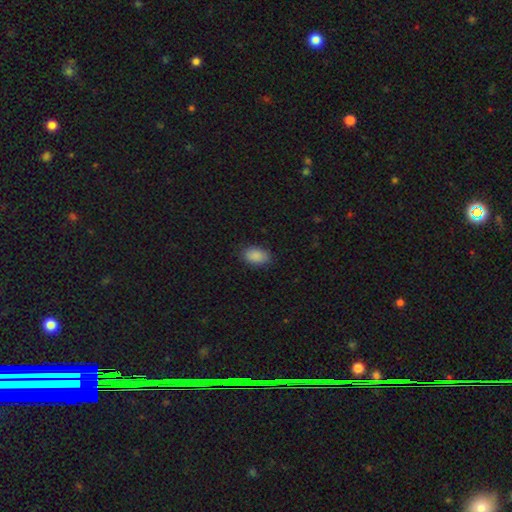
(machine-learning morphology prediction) Overall: smooth (89%). How rounded: in between (90%). Merging: none (84%).